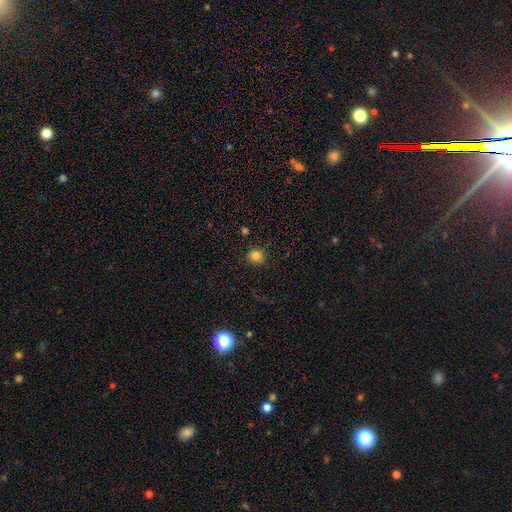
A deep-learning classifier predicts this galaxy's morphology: Q: Smooth or featured?
A: smooth (83%); runner-up: star or artifact (12%)
Q: How rounded?
A: round (90%); runner-up: in between (9%)
Q: Merging?
A: none (88%); runner-up: minor disturbance (8%)